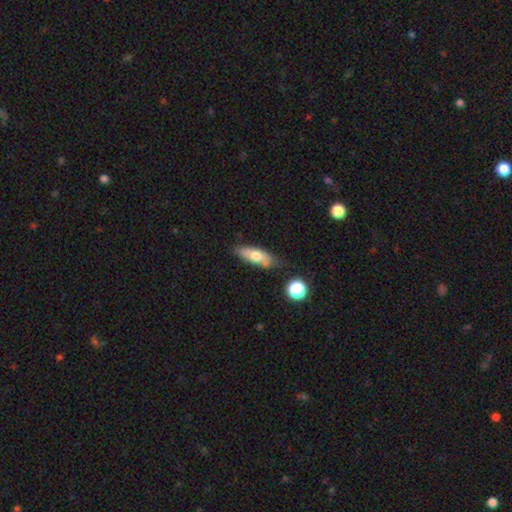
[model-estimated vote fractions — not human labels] This appears to be a smooth galaxy with no disk features (66%) that is in between round and cigar-shaped (62%). Merging: none (64%).